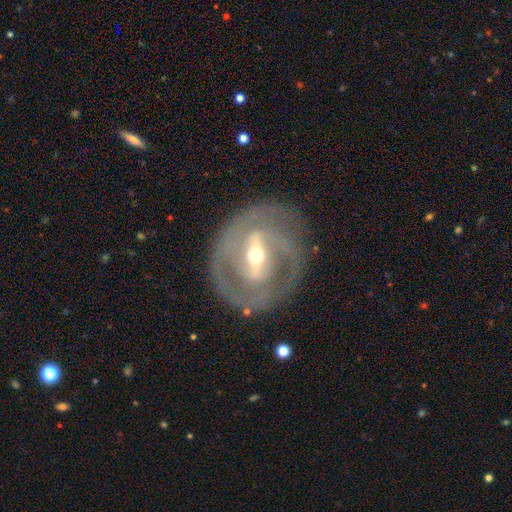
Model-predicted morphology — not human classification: Smooth or featured: featured or disk — 84% (smooth — 11%)
Edge-on disk: no — 94% (yes — 6%)
Bar: strong — 55% (weak — 32%)
Spiral arms: yes — 79% (no — 21%)
Spiral winding: tight — 56% (medium — 34%)
Spiral arm count: 2 — 63% (can't tell — 19%)
Bulge size: moderate — 53% (small — 42%)
Merging: none — 78% (minor disturbance — 14%)